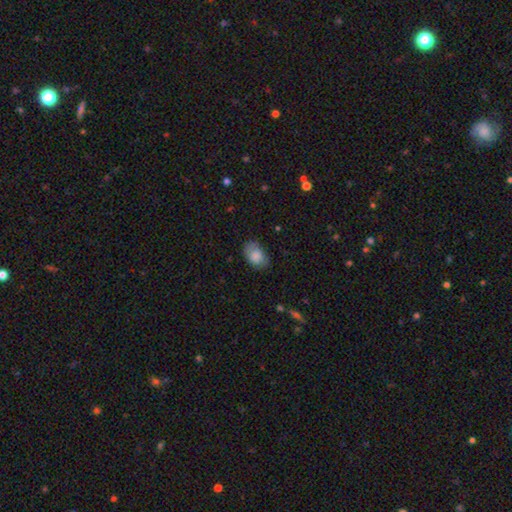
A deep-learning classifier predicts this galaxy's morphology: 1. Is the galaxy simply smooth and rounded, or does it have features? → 80% smooth, 13% featured or disk, 8% star or artifact.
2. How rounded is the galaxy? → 84% in between, 15% round, 1% cigar-shaped.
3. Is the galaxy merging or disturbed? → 68% none, 24% minor disturbance, 7% major disturbance, 1% merger.